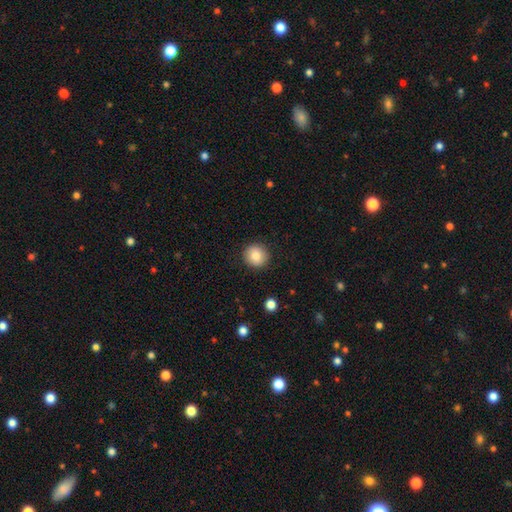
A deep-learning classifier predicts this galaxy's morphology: smooth-or-featured: smooth: 82% | featured or disk: 9% | star or artifact: 9%
  how-rounded: round: 93% | in between: 6% | cigar-shaped: 1%
  merging: none: 91% | minor disturbance: 6% | major disturbance: 2% | merger: 1%